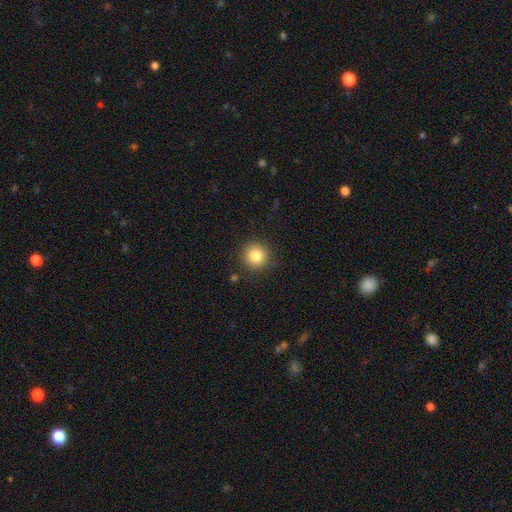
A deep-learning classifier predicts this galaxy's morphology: The model was most divided on "smooth or featured": smooth: 83%, star or artifact: 10%, featured or disk: 6%. More confident: how rounded — round (94%); merging — none (89%).